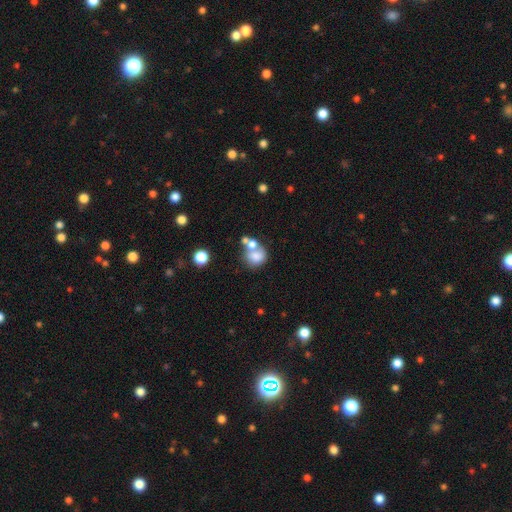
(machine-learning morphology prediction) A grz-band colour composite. It shows a smooth galaxy with no disk features (73%) that is round (64%). Merging: merger (47%).